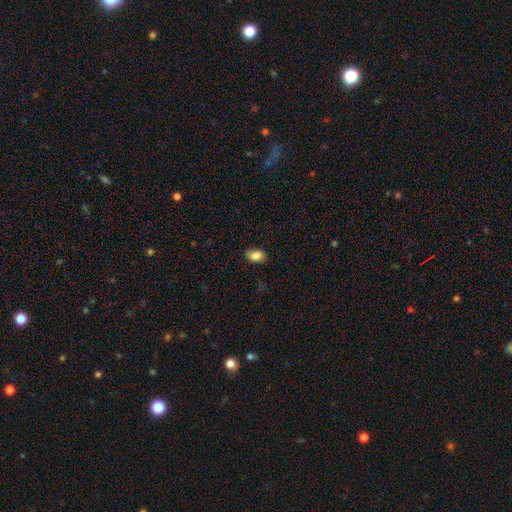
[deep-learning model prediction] Smooth or featured? Predicted: smooth (p=0.85). How rounded? Predicted: in between (p=0.90). Merging? Predicted: none (p=0.86).